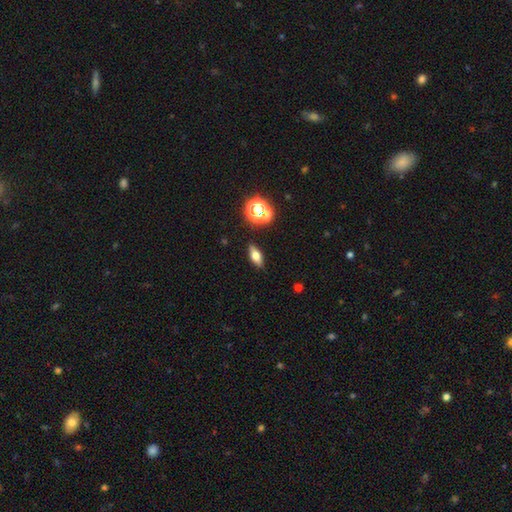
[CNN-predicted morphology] type=smooth (61%); roundness=in between (66%); merging=none (87%).